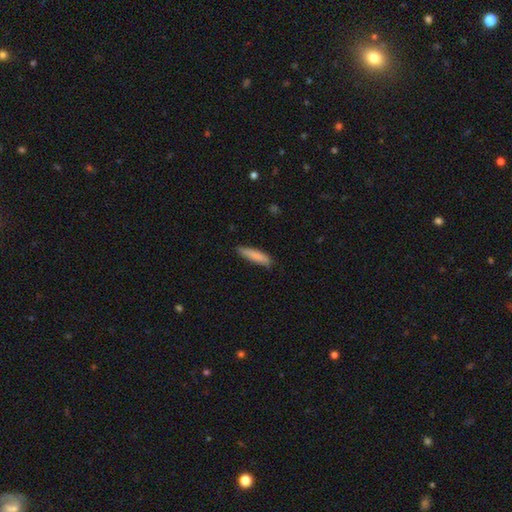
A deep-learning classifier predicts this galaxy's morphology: The model was most divided on "merging": none: 78%, minor disturbance: 18%, major disturbance: 3%, merger: 1%. More confident: smooth or featured — smooth (83%); how rounded — cigar-shaped (79%).